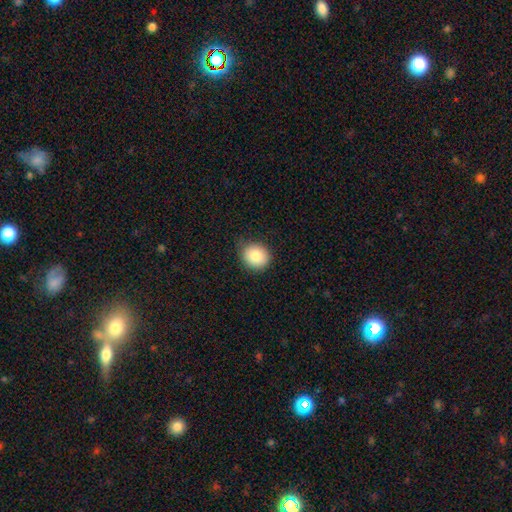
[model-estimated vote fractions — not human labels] A smooth galaxy with no disk features (85%) that is round (82%). Merging: none (79%).